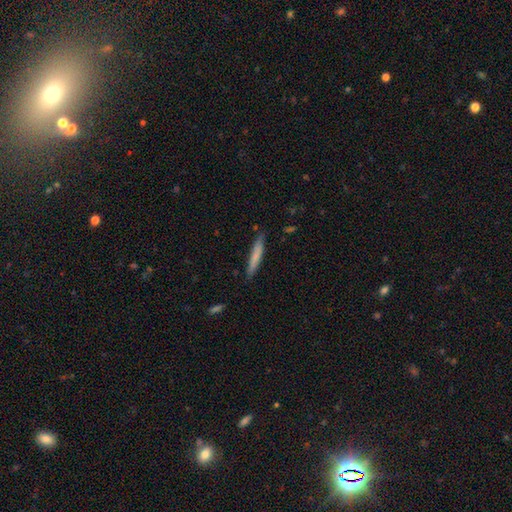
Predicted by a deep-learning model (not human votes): smooth 72%, featured or disk 22%, star or artifact 6%. Down the decision tree: how rounded — cigar-shaped (94%); merging — none (84%).